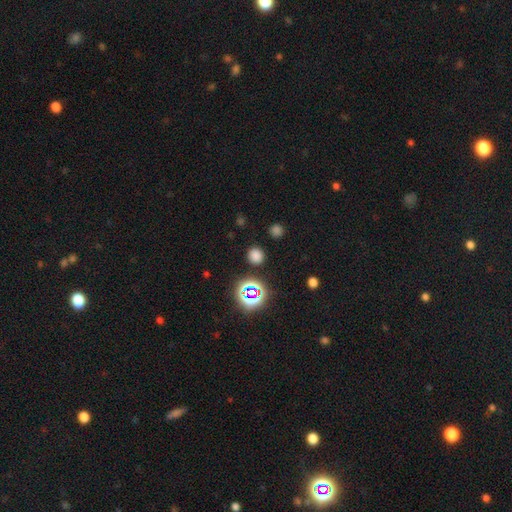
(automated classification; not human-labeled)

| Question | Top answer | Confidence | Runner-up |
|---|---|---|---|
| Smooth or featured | smooth | 70% | star or artifact (25%) |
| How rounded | round | 87% | in between (12%) |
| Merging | none | 87% | minor disturbance (7%) |